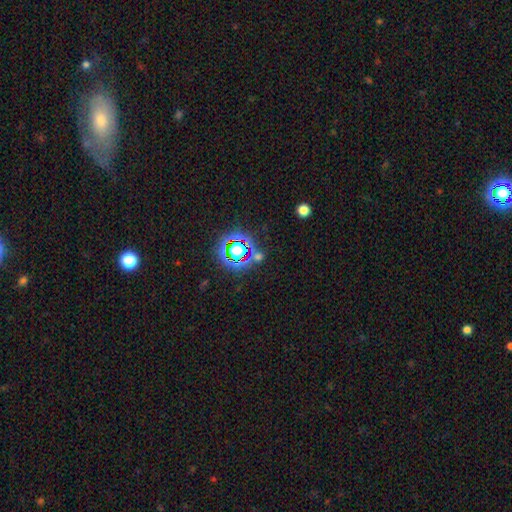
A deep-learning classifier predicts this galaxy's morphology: star or artifact 74%, smooth 17%, featured or disk 9%.